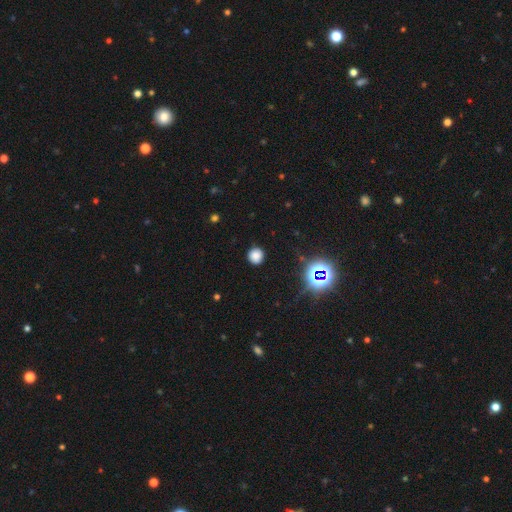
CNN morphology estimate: Smooth or featured?
  - smooth: 75% *
  - star or artifact: 19%
  - featured or disk: 6%
How rounded?
  - round: 90% *
  - in between: 9%
  - cigar-shaped: 1%
Merging?
  - none: 88% *
  - minor disturbance: 8%
  - major disturbance: 3%
  - merger: 1%